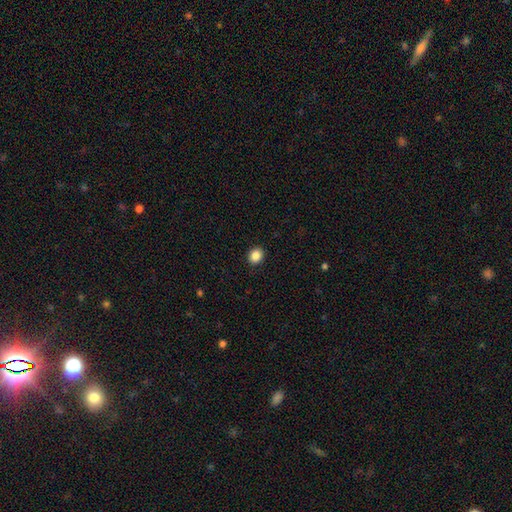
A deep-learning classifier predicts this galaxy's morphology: This is clearly a smooth galaxy (87%). How rounded: likely round (65%). Merging: clearly none (91%).